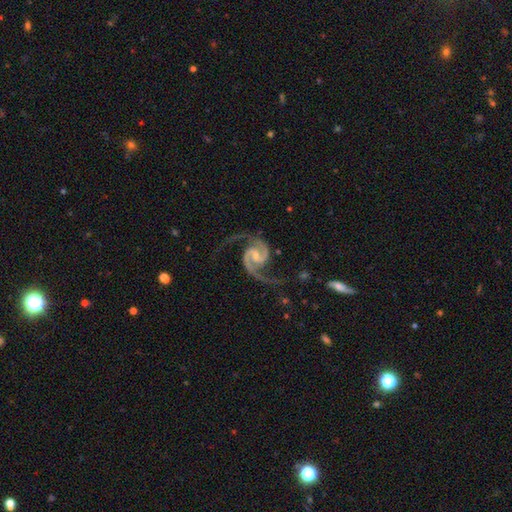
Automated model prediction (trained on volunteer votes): This appears to be a featured or disk galaxy (95%) with a weak bar (44%), 2 (95%) medium (60%) spiral arms (99%) and a small central bulge (55%). Merging: none (73%).